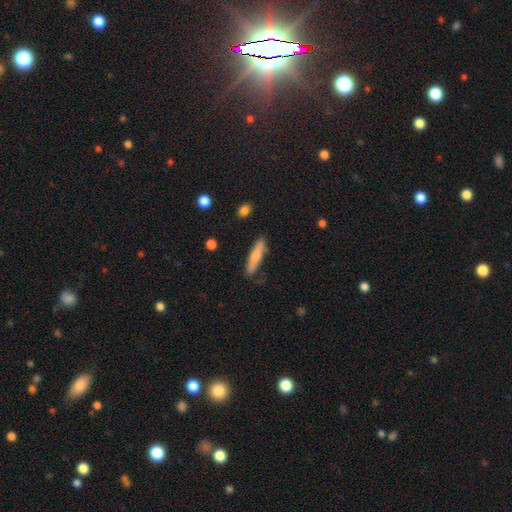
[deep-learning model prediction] smooth_or_featured: smooth (p=0.74) [alt: featured or disk p=0.20]
how_rounded: cigar-shaped (p=0.79) [alt: in between p=0.19]
merging: none (p=0.81) [alt: minor disturbance p=0.14]